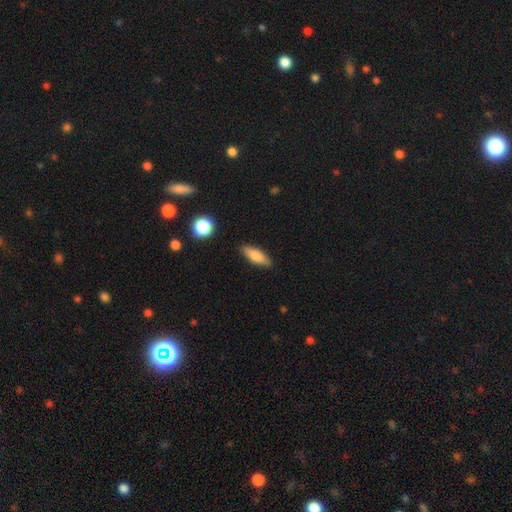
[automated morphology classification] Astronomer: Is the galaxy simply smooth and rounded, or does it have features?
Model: smooth — 76%.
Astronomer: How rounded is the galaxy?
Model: in between — 51% (runner-up: cigar-shaped, 46%).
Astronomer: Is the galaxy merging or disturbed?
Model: none — 87%.